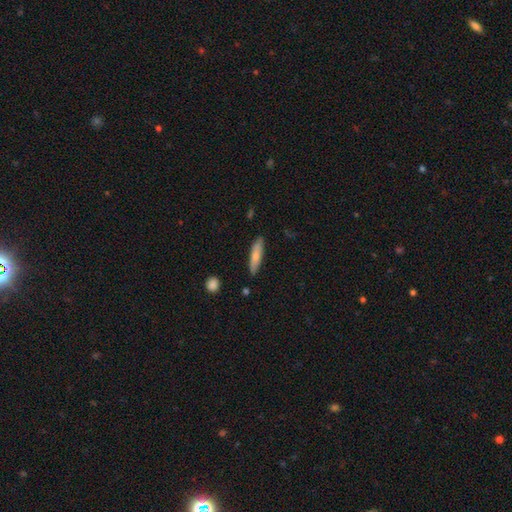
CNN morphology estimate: The model was most divided on "smooth or featured": smooth: 71%, featured or disk: 23%, star or artifact: 6%. More confident: merging — none (85%); how rounded — cigar-shaped (77%).